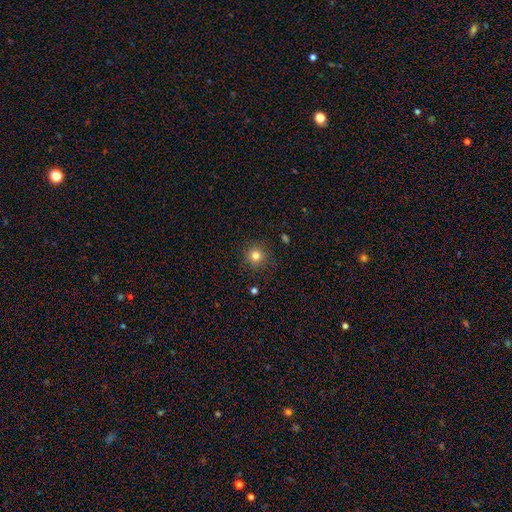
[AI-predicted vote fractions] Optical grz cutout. It shows a smooth galaxy with no disk features (81%) that is round (94%). Merging: none (89%).